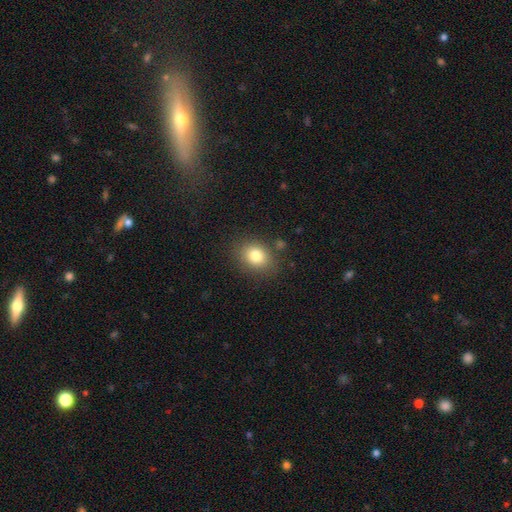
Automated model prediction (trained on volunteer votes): Morphology: type=smooth (80%); roundness=in between (50%); merging=none (82%).